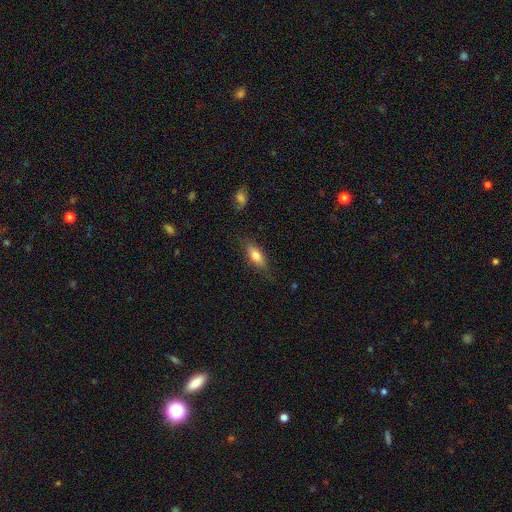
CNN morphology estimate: Smooth or featured?
  - smooth: 73% *
  - featured or disk: 20%
  - star or artifact: 7%
How rounded?
  - in between: 67% *
  - cigar-shaped: 29%
  - round: 3%
Merging?
  - none: 78% *
  - minor disturbance: 16%
  - major disturbance: 4%
  - merger: 2%